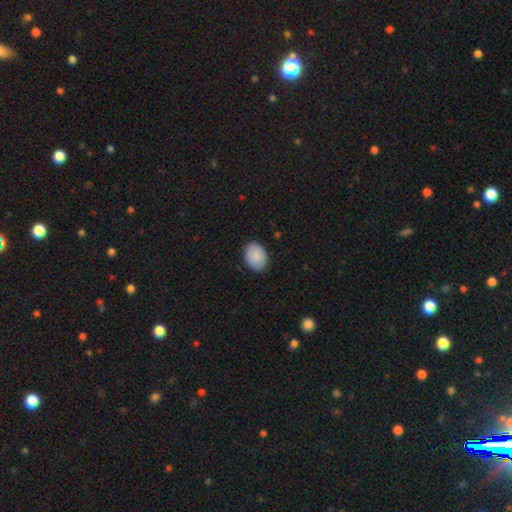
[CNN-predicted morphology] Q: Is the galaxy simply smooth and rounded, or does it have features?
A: smooth — 89%.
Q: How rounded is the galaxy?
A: in between — 68%.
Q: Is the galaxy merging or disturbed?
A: none — 86%.